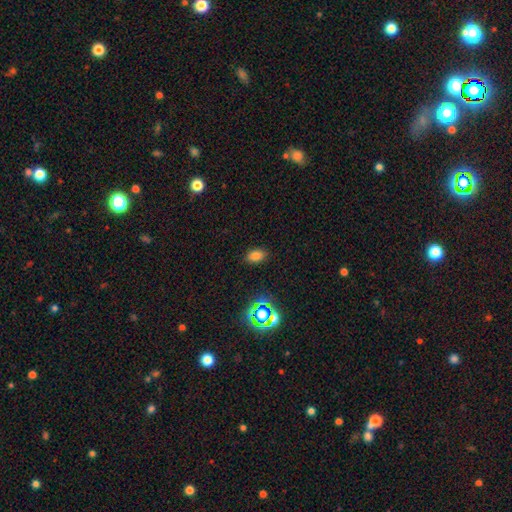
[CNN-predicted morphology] smooth-or-featured: smooth: 77% | star or artifact: 17% | featured or disk: 6%
  how-rounded: in between: 86% | round: 12% | cigar-shaped: 2%
  merging: none: 86% | minor disturbance: 9% | major disturbance: 3% | merger: 1%